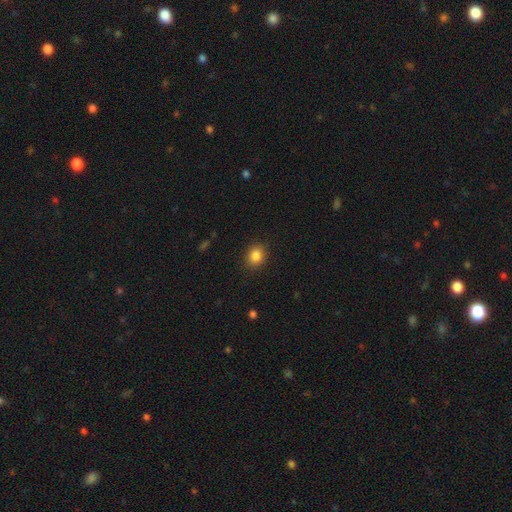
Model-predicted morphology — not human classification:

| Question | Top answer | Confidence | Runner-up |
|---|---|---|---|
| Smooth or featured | smooth | 85% | star or artifact (10%) |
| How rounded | round | 58% | in between (41%) |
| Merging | none | 87% | minor disturbance (9%) |